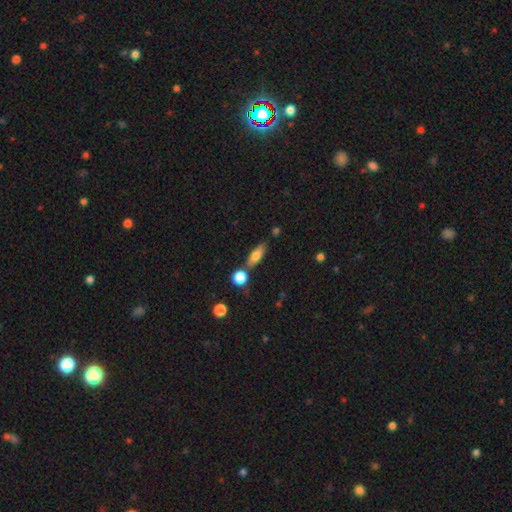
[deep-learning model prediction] This appears to be a smooth galaxy with no disk features (74%) that is in between round and cigar-shaped (60%). Merging: none (66%).